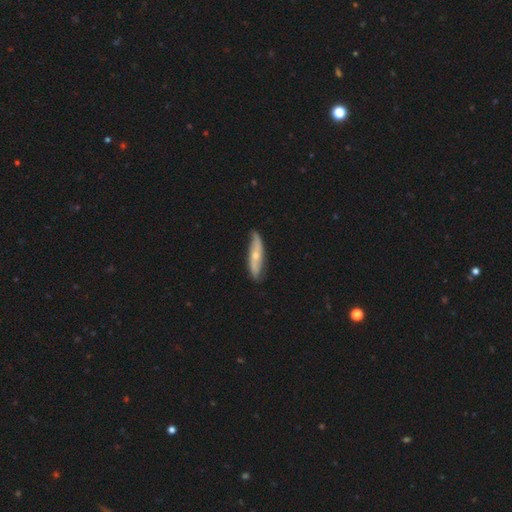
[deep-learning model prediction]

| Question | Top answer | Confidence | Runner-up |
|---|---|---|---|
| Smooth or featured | featured or disk | 59% | smooth (36%) |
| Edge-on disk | no | 55% | yes (45%) |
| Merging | none | 74% | minor disturbance (21%) |